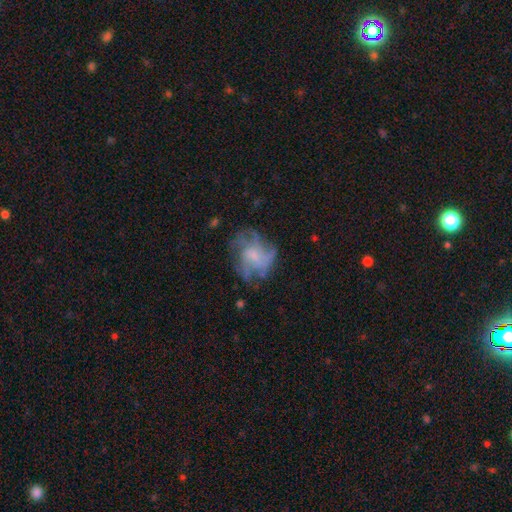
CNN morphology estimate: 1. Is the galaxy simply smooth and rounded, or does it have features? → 65% featured or disk, 24% smooth, 11% star or artifact.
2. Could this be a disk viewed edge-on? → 98% no, 2% yes.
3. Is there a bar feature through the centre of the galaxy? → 68% no, 28% weak, 4% strong.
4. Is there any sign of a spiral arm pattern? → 77% yes, 23% no.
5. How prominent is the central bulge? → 41% small, 31% moderate, 22% none, 5% large, 1% dominant.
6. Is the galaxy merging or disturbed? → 57% none, 21% minor disturbance, 20% major disturbance, 2% merger.